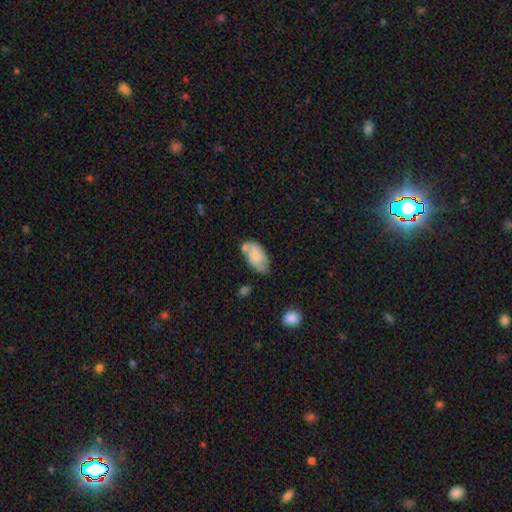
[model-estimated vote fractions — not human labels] smooth 64%, featured or disk 28%, star or artifact 7%. Down the decision tree: how rounded — in between (93%); merging — none (49%).